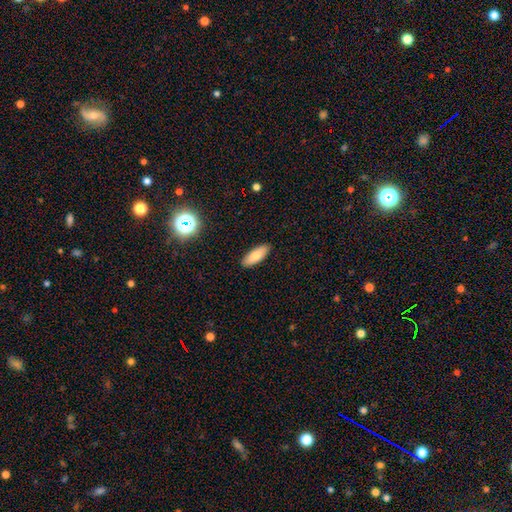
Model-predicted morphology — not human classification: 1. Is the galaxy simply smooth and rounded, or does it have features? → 78% smooth, 14% featured or disk, 7% star or artifact.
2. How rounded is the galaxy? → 72% in between, 25% cigar-shaped, 2% round.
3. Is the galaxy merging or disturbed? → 90% none, 7% minor disturbance, 2% major disturbance, 1% merger.